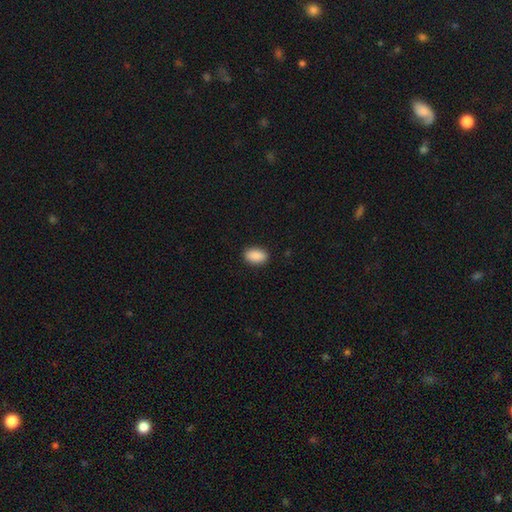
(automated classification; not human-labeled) smooth 90%, star or artifact 7%, featured or disk 3%. Down the decision tree: how rounded — in between (90%); merging — none (90%).